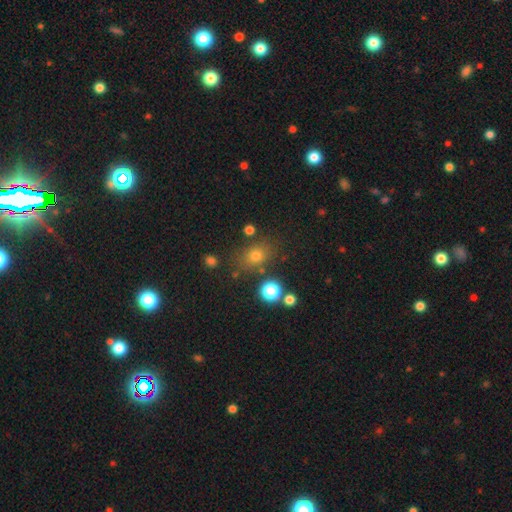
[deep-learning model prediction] Smooth or featured? Predicted: smooth (p=0.68). How rounded? Predicted: round (p=0.52). Merging? Predicted: none (p=0.78).